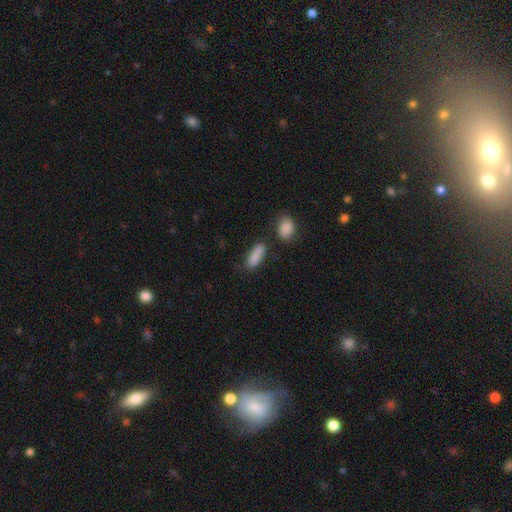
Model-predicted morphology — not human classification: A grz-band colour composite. It shows a smooth galaxy with no disk features (87%) that is in between round and cigar-shaped (66%). Merging: none (69%).